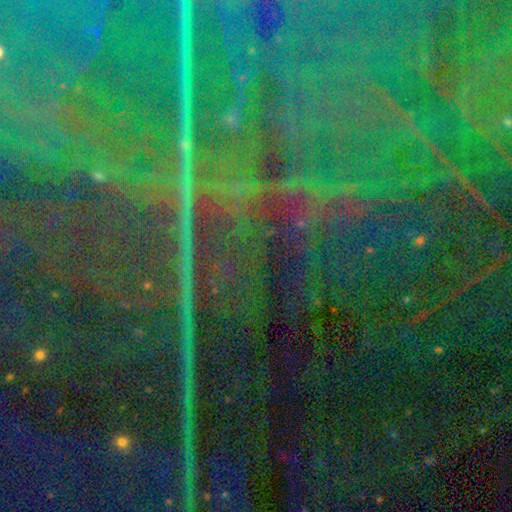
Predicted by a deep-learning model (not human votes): This is clearly a star or artifact rather than a galaxy (89%).